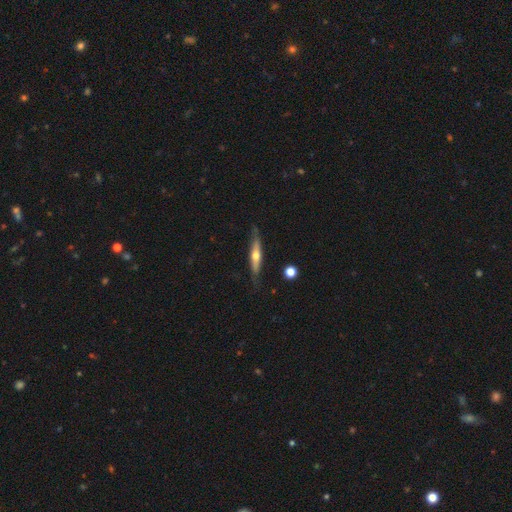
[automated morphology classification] Q: Smooth or featured?
A: featured or disk (58%); runner-up: smooth (36%)
Q: Edge-on disk?
A: yes (90%); runner-up: no (10%)
Q: Edge-on bulge?
A: rounded (87%); runner-up: none (9%)
Q: Merging?
A: none (74%); runner-up: minor disturbance (20%)